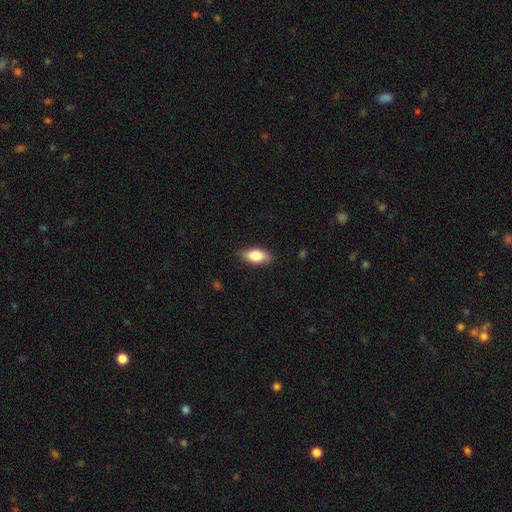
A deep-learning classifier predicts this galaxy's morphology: smooth_or_featured: smooth (p=0.78) [alt: featured or disk p=0.15]
how_rounded: in between (p=0.85) [alt: cigar-shaped p=0.11]
merging: none (p=0.85) [alt: minor disturbance p=0.11]